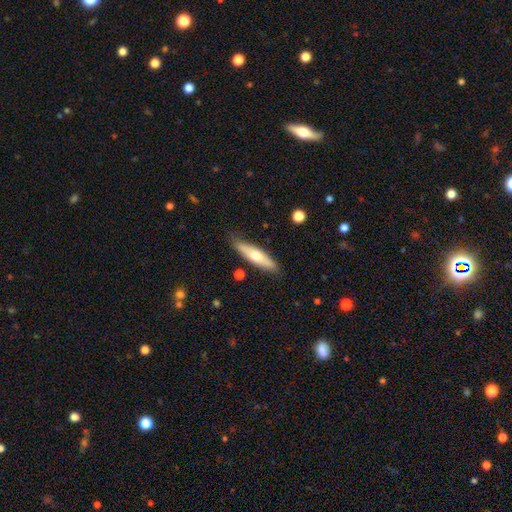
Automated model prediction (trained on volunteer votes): smooth_or_featured: smooth (p=0.57) [alt: featured or disk p=0.37]
how_rounded: cigar-shaped (p=0.71) [alt: in between p=0.27]
merging: none (p=0.81) [alt: minor disturbance p=0.14]